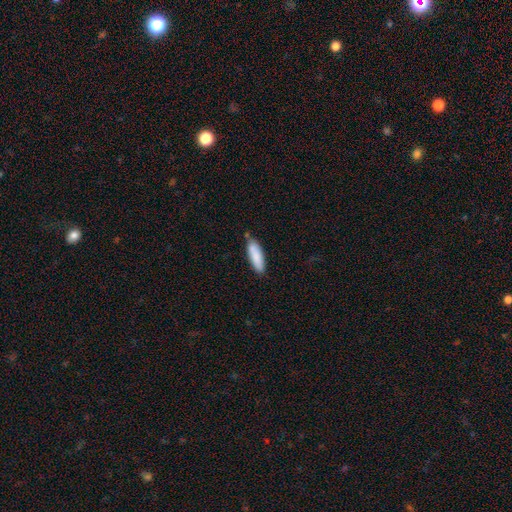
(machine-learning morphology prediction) A smooth galaxy with no disk features (86%) that is cigar-shaped (53%).

Vote fractions:
- Smooth or featured? smooth: 86% / featured or disk: 8% / star or artifact: 6%
- How rounded? cigar-shaped: 53% / in between: 46% / round: 1%
- Merging? none: 78% / minor disturbance: 15% / merger: 4% / major disturbance: 3%